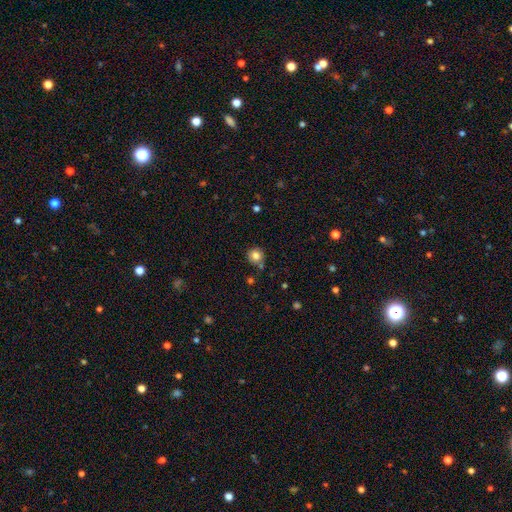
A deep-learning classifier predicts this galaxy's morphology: This is clearly a smooth galaxy (82%). How rounded: clearly round (91%). Merging: likely none (78%).